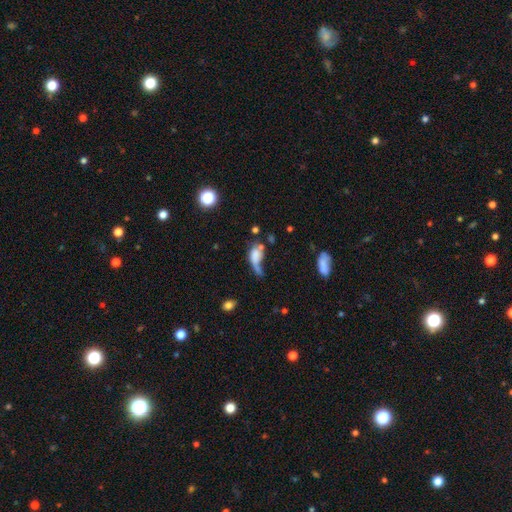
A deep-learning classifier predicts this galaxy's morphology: Smooth or featured? Predicted: smooth (p=0.61). How rounded? Predicted: in between (p=0.76). Merging? Predicted: major disturbance (p=0.39).